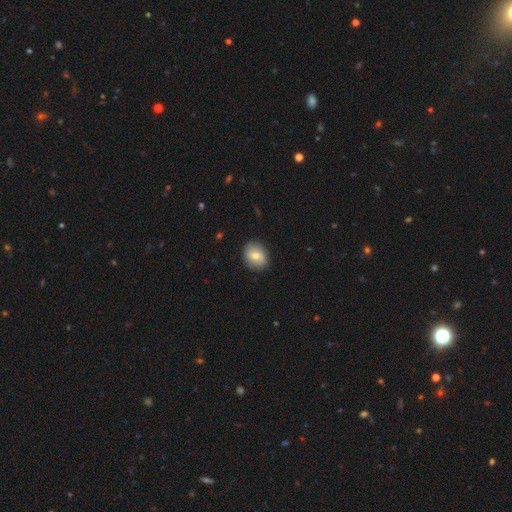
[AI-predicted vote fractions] Smooth or featured?
  - smooth: 69% *
  - featured or disk: 23%
  - star or artifact: 8%
How rounded?
  - round: 58% *
  - in between: 41%
  - cigar-shaped: 1%
Merging?
  - none: 86% *
  - minor disturbance: 10%
  - major disturbance: 2%
  - merger: 1%